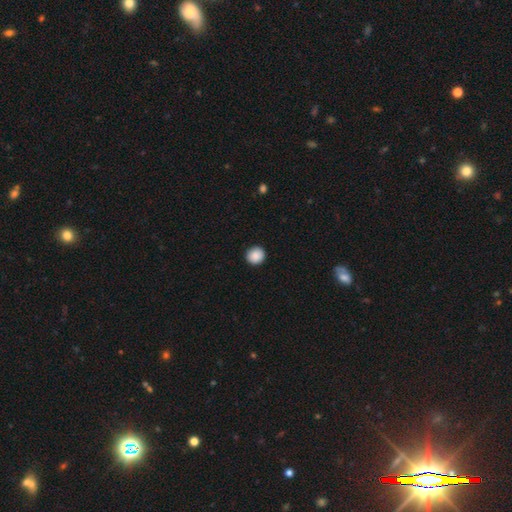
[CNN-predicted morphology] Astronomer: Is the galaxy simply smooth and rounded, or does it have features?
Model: smooth — 89%.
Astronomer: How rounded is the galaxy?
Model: round — 91%.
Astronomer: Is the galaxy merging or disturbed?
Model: none — 92%.